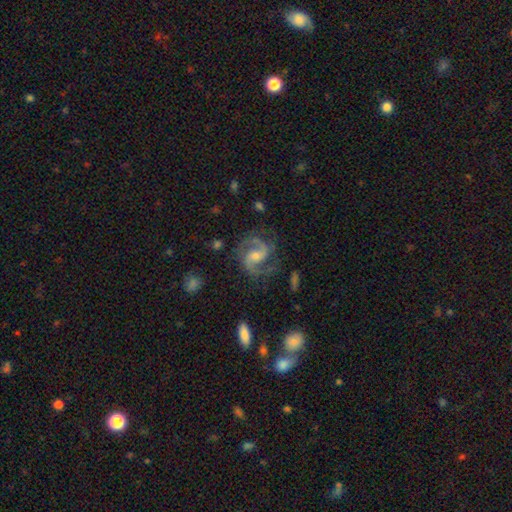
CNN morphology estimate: A featured or disk galaxy (90%) with a weak bar (46%), 2 (92%) medium (62%) spiral arms (98%) and a moderate central bulge (50%). Merging: none (78%).